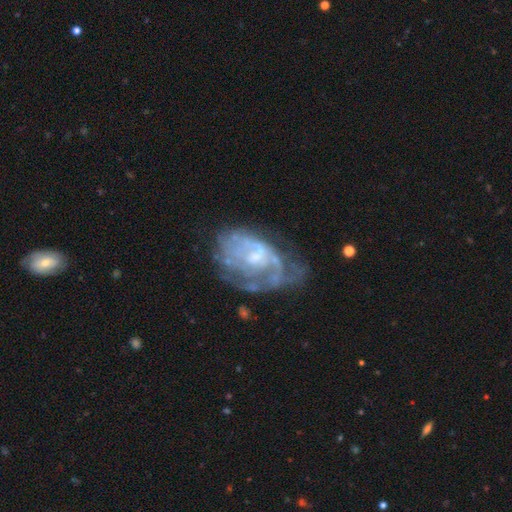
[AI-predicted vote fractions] featured or disk 76%, smooth 16%, star or artifact 8%. Down the decision tree: edge-on disk — no (97%); bar — no (64%); spiral arms — yes (62%); bulge size — small (52%); merging — none (40%).